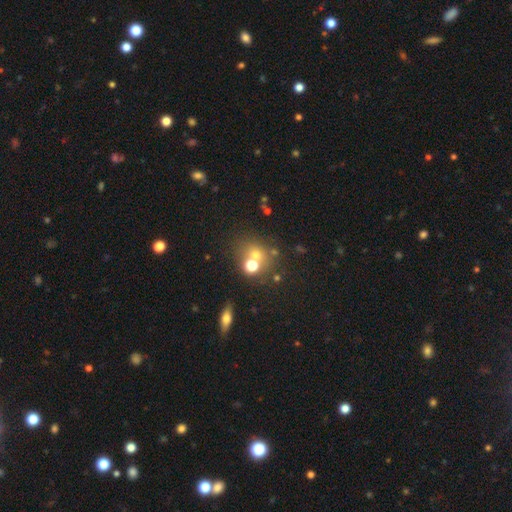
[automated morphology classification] smooth 61%, star or artifact 22%, featured or disk 17%. Down the decision tree: how rounded — round (76%); merging — none (52%).